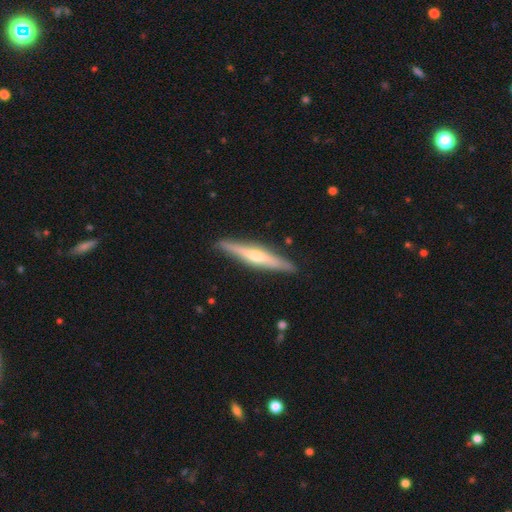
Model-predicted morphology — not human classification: Smooth or featured? Predicted: featured or disk (p=0.64). Edge-on disk? Predicted: yes (p=0.96). Edge-on bulge? Predicted: rounded (p=0.77). Merging? Predicted: none (p=0.88).